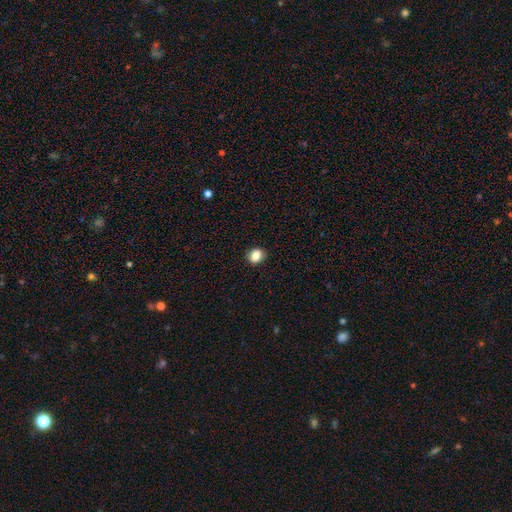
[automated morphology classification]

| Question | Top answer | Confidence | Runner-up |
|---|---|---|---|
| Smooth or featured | smooth | 85% | star or artifact (10%) |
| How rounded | round | 63% | in between (36%) |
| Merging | none | 90% | minor disturbance (7%) |